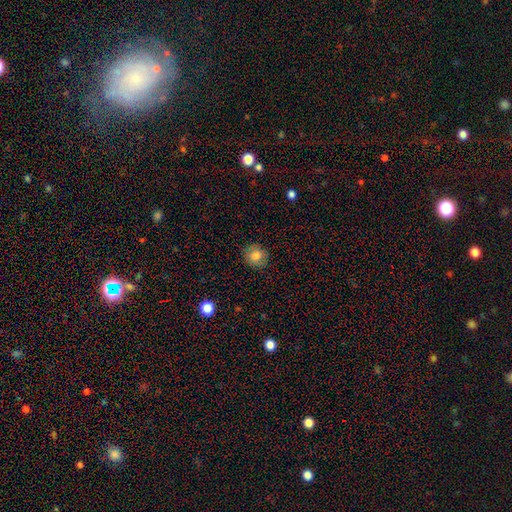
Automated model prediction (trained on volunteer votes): Smooth or featured?
  - smooth: 80% *
  - featured or disk: 10%
  - star or artifact: 10%
How rounded?
  - round: 83% *
  - in between: 16%
  - cigar-shaped: 1%
Merging?
  - none: 88% *
  - minor disturbance: 9%
  - major disturbance: 2%
  - merger: 1%